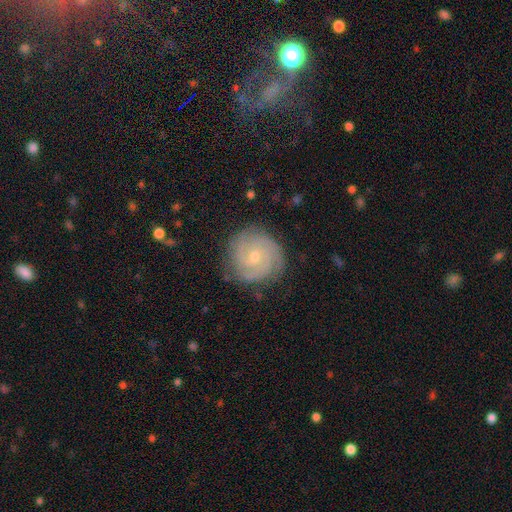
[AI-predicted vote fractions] A featured or disk galaxy (80%) with no bar (68%), 3 (36%) tight (67%) spiral arms (96%) and a small central bulge (65%).

Vote fractions:
- Smooth or featured? featured or disk: 80% / smooth: 14% / star or artifact: 7%
- Edge-on disk? no: 98% / yes: 2%
- Bar? no: 68% / weak: 27% / strong: 4%
- Spiral arms? yes: 96% / no: 4%
- Spiral winding? tight: 67% / medium: 27% / loose: 5%
- Spiral arm count? 3: 36% / can't tell: 21% / 2: 18% / 4: 15% / more than 4: 6% / 1: 6%
- Bulge size? small: 65% / moderate: 31% / none: 1% / large: 1% / dominant: 1%
- Merging? none: 83% / minor disturbance: 13% / major disturbance: 4% / merger: 1%